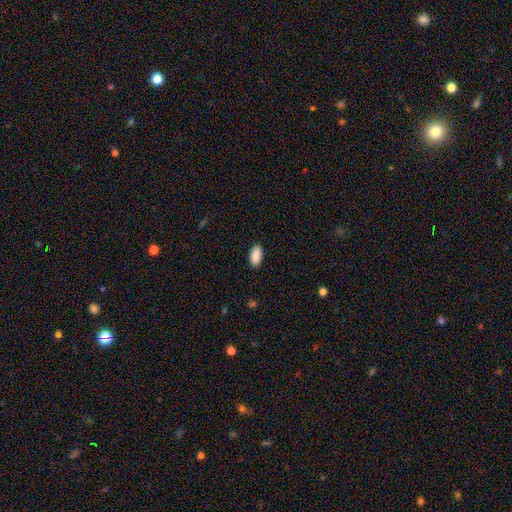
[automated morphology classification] Q: Smooth or featured?
A: smooth (91%); runner-up: star or artifact (7%)
Q: How rounded?
A: in between (94%); runner-up: cigar-shaped (4%)
Q: Merging?
A: none (89%); runner-up: minor disturbance (8%)